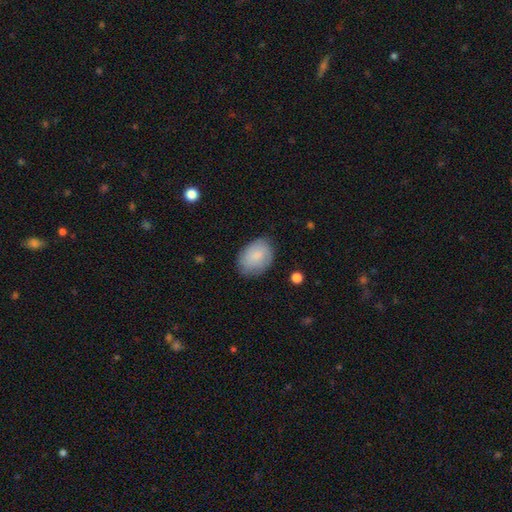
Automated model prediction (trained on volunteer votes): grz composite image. It shows a smooth galaxy with no disk features (80%) that is in between round and cigar-shaped (82%). Merging: none (75%).